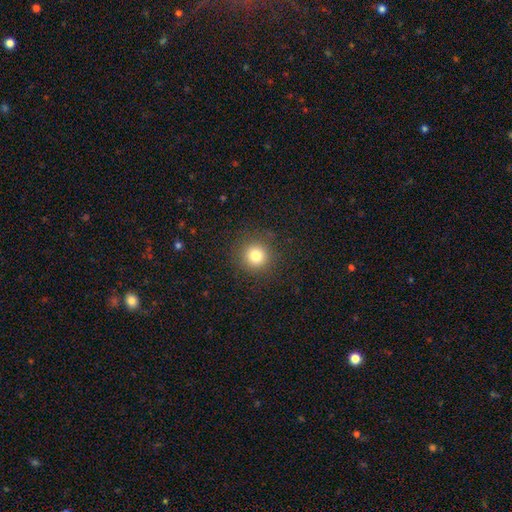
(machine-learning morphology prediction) The model was most divided on "smooth or featured": smooth: 80%, star or artifact: 14%, featured or disk: 7%. More confident: how rounded — round (94%); merging — none (90%).